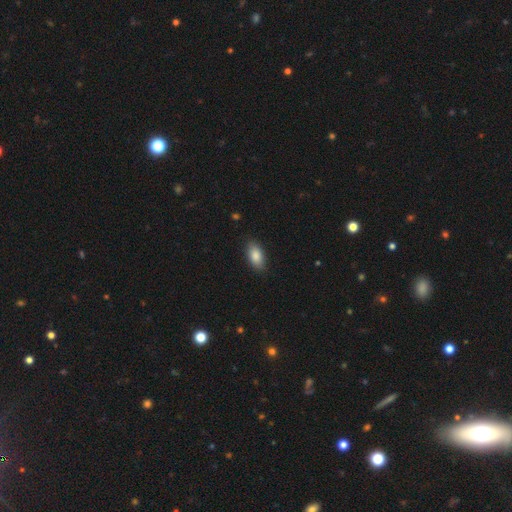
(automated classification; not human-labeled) Q: Smooth or featured?
A: smooth (86%); runner-up: featured or disk (7%)
Q: How rounded?
A: in between (91%); runner-up: cigar-shaped (5%)
Q: Merging?
A: none (86%); runner-up: minor disturbance (11%)